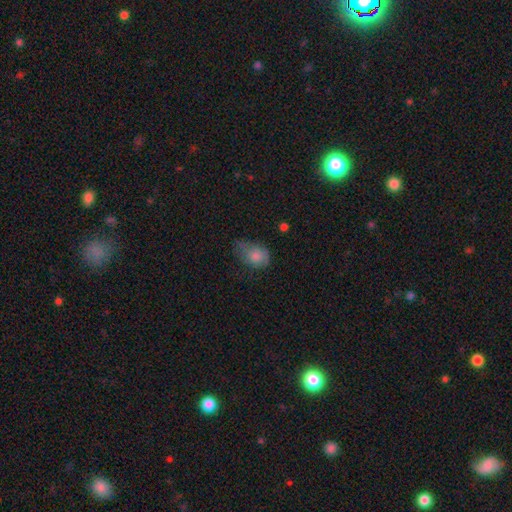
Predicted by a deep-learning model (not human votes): Smooth or featured?
  - smooth: 76% *
  - featured or disk: 15%
  - star or artifact: 9%
How rounded?
  - in between: 69% *
  - round: 29%
  - cigar-shaped: 1%
Merging?
  - minor disturbance: 40% *
  - none: 33%
  - major disturbance: 24%
  - merger: 2%